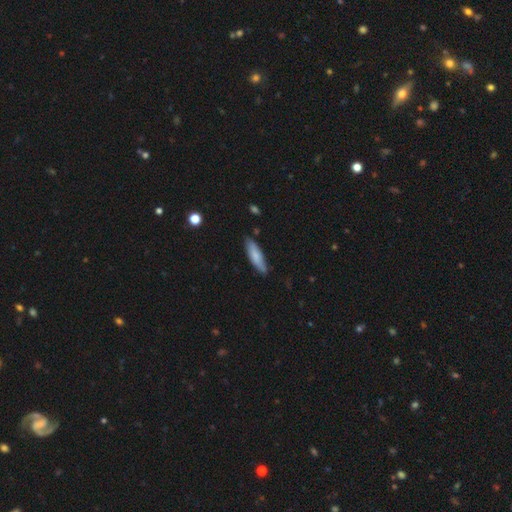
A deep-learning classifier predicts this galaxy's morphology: Q: Smooth or featured?
A: smooth (77%); runner-up: featured or disk (17%)
Q: How rounded?
A: cigar-shaped (63%); runner-up: in between (36%)
Q: Merging?
A: none (78%); runner-up: minor disturbance (18%)